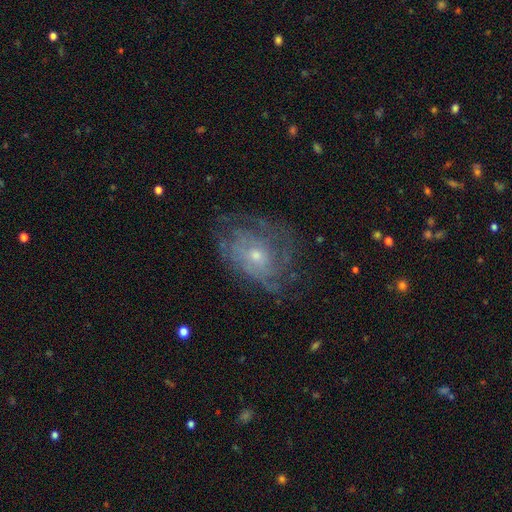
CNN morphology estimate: smooth-or-featured: featured or disk: 74% | smooth: 16% | star or artifact: 10%
  disk-edge-on: no: 96% | yes: 4%
    bar: no: 80% | weak: 18% | strong: 3%
    has-spiral-arms: yes: 78% | no: 22%
      spiral-winding: tight: 60% | medium: 29% | loose: 11%
      spiral-arm-count: can't tell: 58% | 2: 12% | 3: 11% | 4: 9% | more than 4: 6% | 1: 5%
    bulge-size: small: 61% | moderate: 35% | large: 2% | none: 2% | dominant: 1%
  merging: none: 63% | minor disturbance: 21% | major disturbance: 15% | merger: 1%